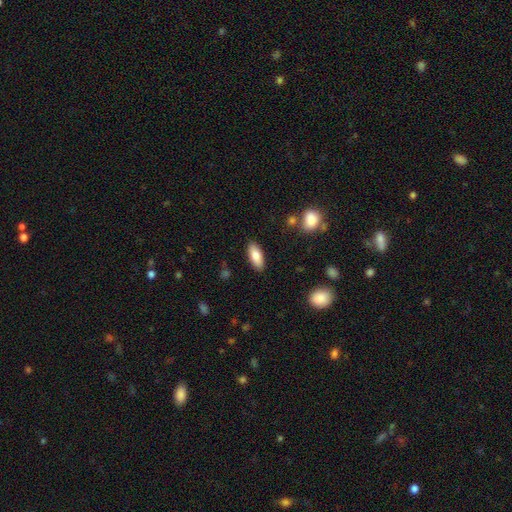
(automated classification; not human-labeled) smooth_or_featured: smooth (p=0.81) [alt: featured or disk p=0.12]
how_rounded: in between (p=0.79) [alt: cigar-shaped p=0.18]
merging: none (p=0.87) [alt: minor disturbance p=0.09]